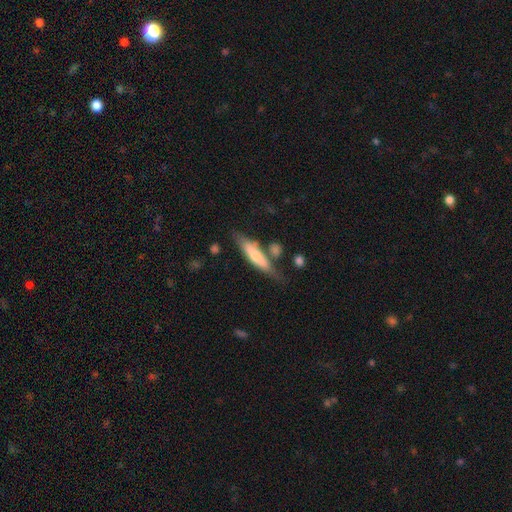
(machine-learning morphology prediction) smooth_or_featured: smooth (p=0.56) [alt: featured or disk p=0.38]
how_rounded: cigar-shaped (p=0.73) [alt: in between p=0.25]
merging: none (p=0.55) [alt: minor disturbance p=0.22]